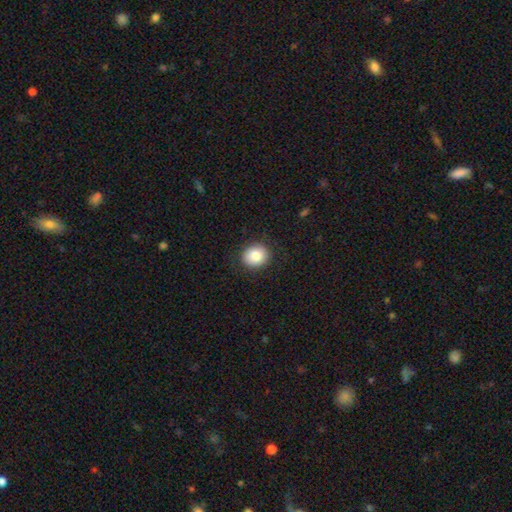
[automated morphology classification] Smooth or featured: smooth — 84% (star or artifact — 9%)
How rounded: round — 74% (in between — 25%)
Merging: none — 89% (minor disturbance — 8%)